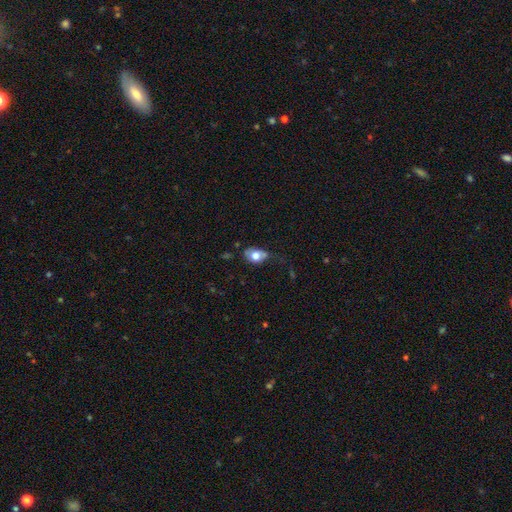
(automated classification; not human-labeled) Smooth or featured: smooth — 69% (featured or disk — 22%)
How rounded: in between — 76% (round — 22%)
Merging: none — 42% (minor disturbance — 37%)